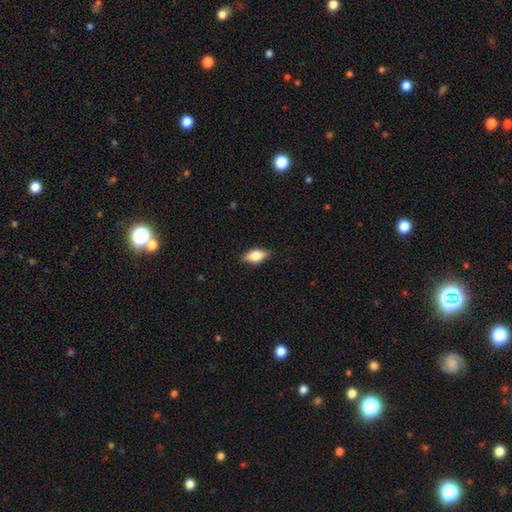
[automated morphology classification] smooth 72%, featured or disk 21%, star or artifact 7%. Down the decision tree: how rounded — in between (86%); merging — none (86%).